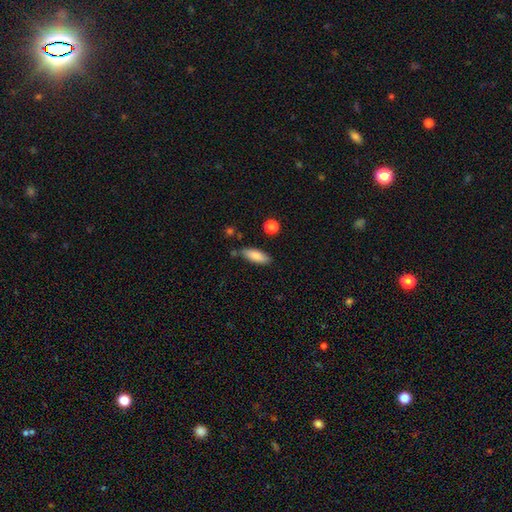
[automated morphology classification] Smooth or featured? smooth (83%)
How rounded? in between (68%)
Merging? none (77%)